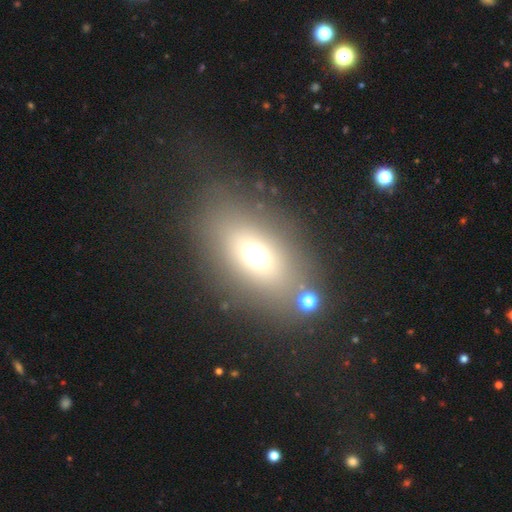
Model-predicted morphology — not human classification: The model was most divided on "smooth or featured": smooth: 64%, star or artifact: 19%, featured or disk: 17%. More confident: merging — none (77%); how rounded — in between (71%).